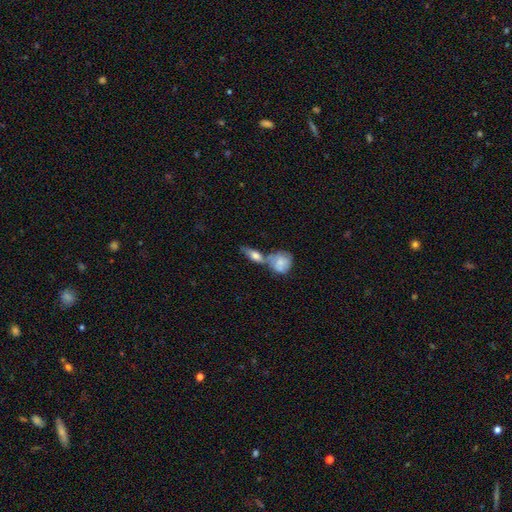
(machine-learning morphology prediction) The model was most divided on "merging": merger: 44%, none: 40%, minor disturbance: 11%, major disturbance: 5%. More confident: how rounded — in between (60%); smooth or featured — smooth (54%).